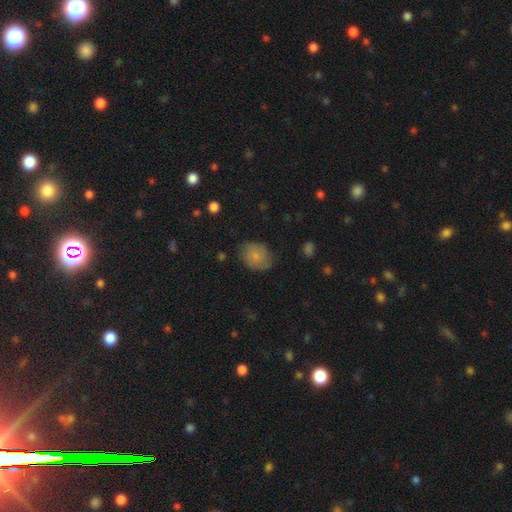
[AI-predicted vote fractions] Smooth or featured? smooth (80%)
How rounded? round (50%)
Merging? none (73%)